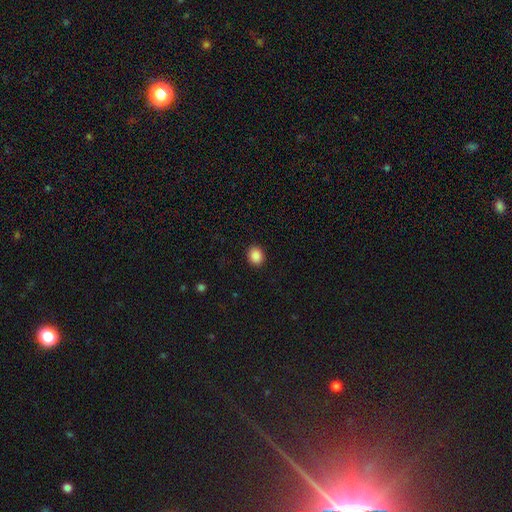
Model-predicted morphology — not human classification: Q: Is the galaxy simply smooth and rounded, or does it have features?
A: smooth — 88%.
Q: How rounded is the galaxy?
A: round — 64%.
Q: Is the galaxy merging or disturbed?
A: none — 91%.